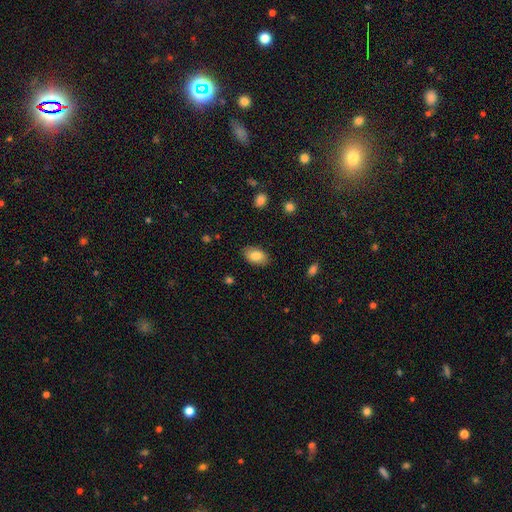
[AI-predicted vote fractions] smooth_or_featured: smooth (p=0.82) [alt: featured or disk p=0.11]
how_rounded: in between (p=0.92) [alt: round p=0.07]
merging: none (p=0.86) [alt: minor disturbance p=0.10]